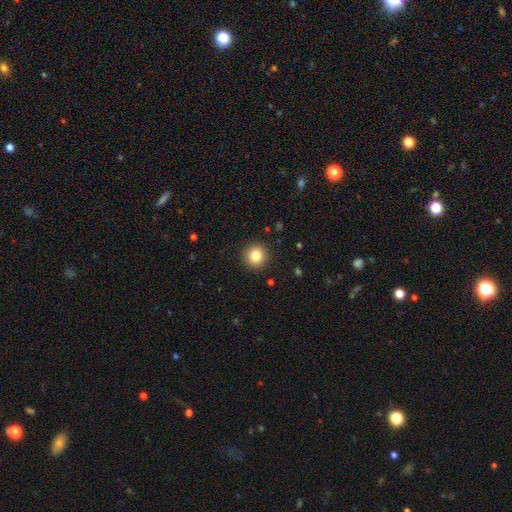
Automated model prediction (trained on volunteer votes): This appears to be a smooth galaxy with no disk features (86%) that is round (92%). Merging: none (91%).